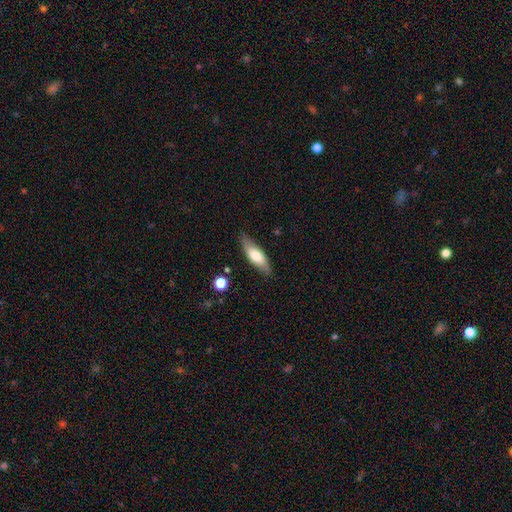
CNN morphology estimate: Q: Smooth or featured?
A: smooth (68%); runner-up: featured or disk (26%)
Q: How rounded?
A: in between (58%); runner-up: cigar-shaped (40%)
Q: Merging?
A: none (82%); runner-up: minor disturbance (13%)